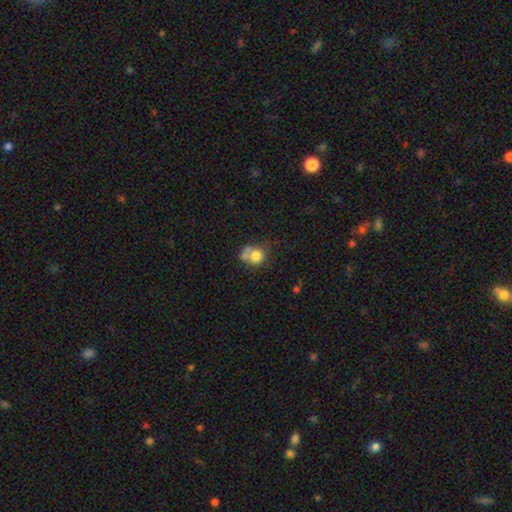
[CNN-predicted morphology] Smooth or featured? Predicted: smooth (p=0.73). How rounded? Predicted: round (p=0.71). Merging? Predicted: none (p=0.37).